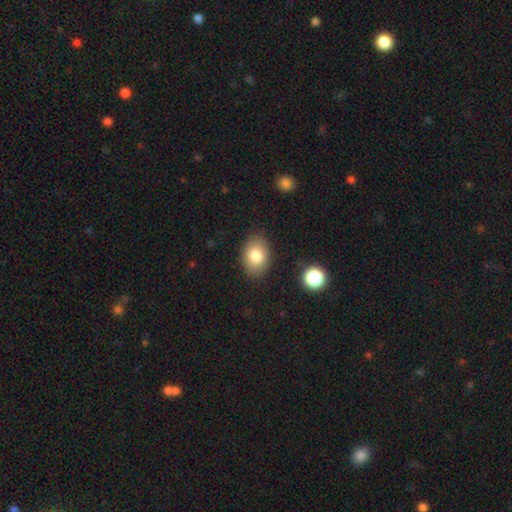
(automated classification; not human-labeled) This is clearly a smooth galaxy (81%). How rounded: clearly in between (81%). Merging: clearly none (84%).